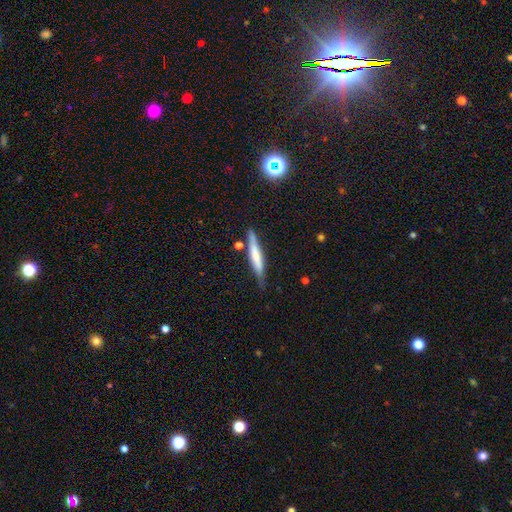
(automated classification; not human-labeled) The model was most divided on "smooth or featured": smooth: 53%, featured or disk: 41%, star or artifact: 6%. More confident: how rounded — cigar-shaped (91%); merging — none (70%).